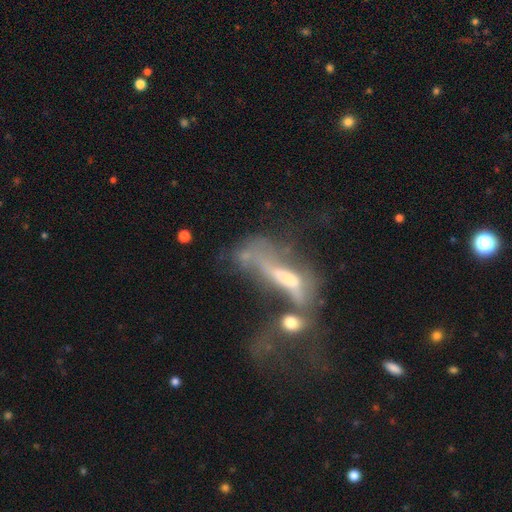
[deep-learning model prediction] Overall: featured or disk (56%; smooth 30%). Edge-on disk: no (74%). Merging: merger (54%; major disturbance 26%).